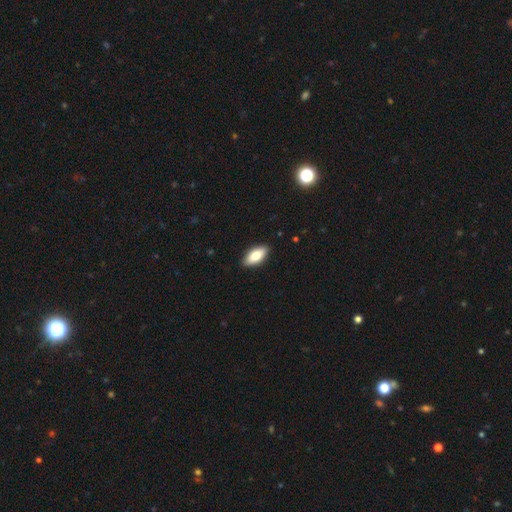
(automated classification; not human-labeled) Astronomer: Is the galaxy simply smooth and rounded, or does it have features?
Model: smooth — 80%.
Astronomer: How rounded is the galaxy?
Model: in between — 88%.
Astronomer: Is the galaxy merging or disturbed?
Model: none — 88%.